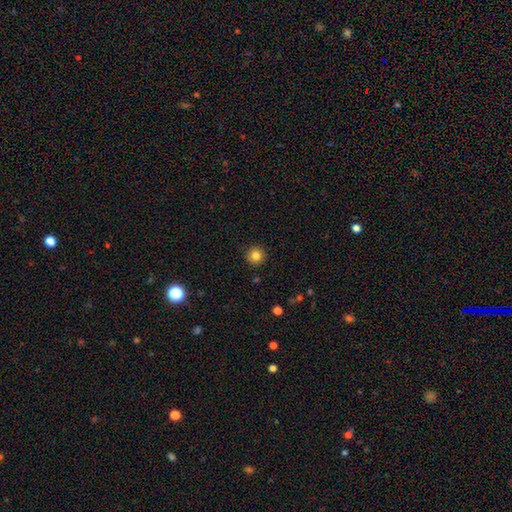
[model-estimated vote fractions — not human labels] Smooth or featured: smooth — 82% (star or artifact — 11%)
How rounded: round — 95% (in between — 4%)
Merging: none — 91% (minor disturbance — 6%)